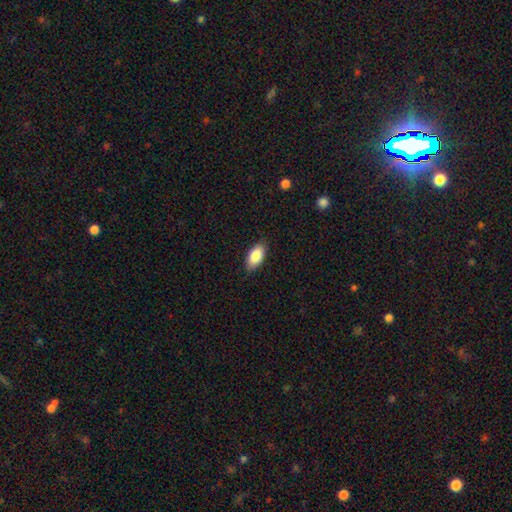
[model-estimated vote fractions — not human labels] A smooth galaxy with no disk features (86%) that is in between round and cigar-shaped (92%). Merging: none (85%).